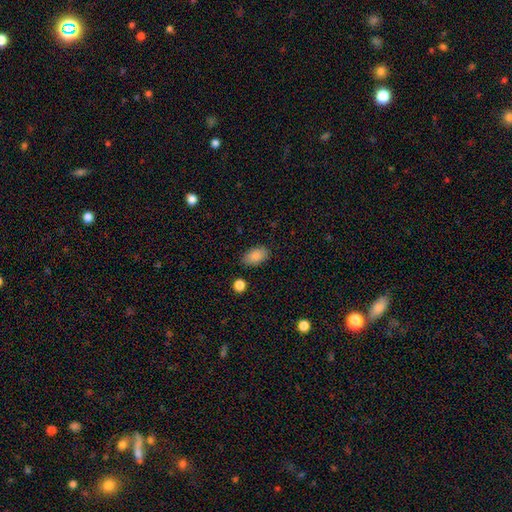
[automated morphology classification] smooth_or_featured: smooth (p=0.86) [alt: star or artifact p=0.07]
how_rounded: in between (p=0.91) [alt: round p=0.07]
merging: none (p=0.84) [alt: minor disturbance p=0.11]